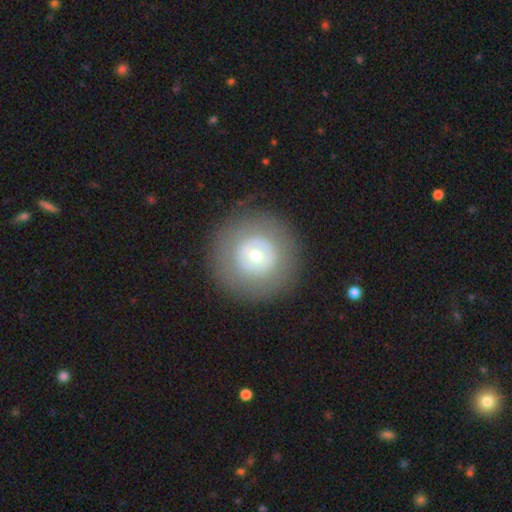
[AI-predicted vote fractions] A smooth galaxy with no disk features (49%). Merging: none (84%).